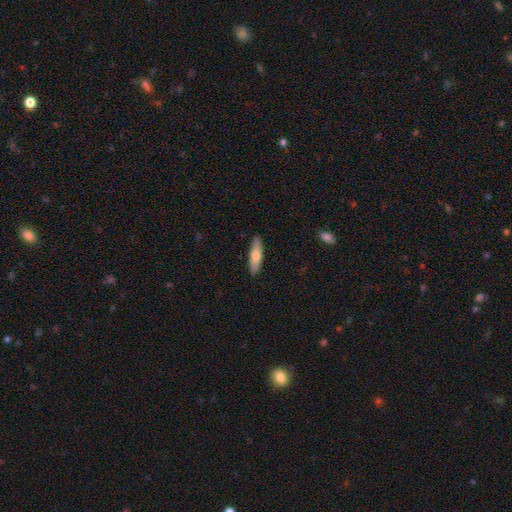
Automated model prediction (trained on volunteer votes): Q: Smooth or featured?
A: smooth (68%); runner-up: featured or disk (27%)
Q: How rounded?
A: cigar-shaped (59%); runner-up: in between (39%)
Q: Merging?
A: none (89%); runner-up: minor disturbance (8%)